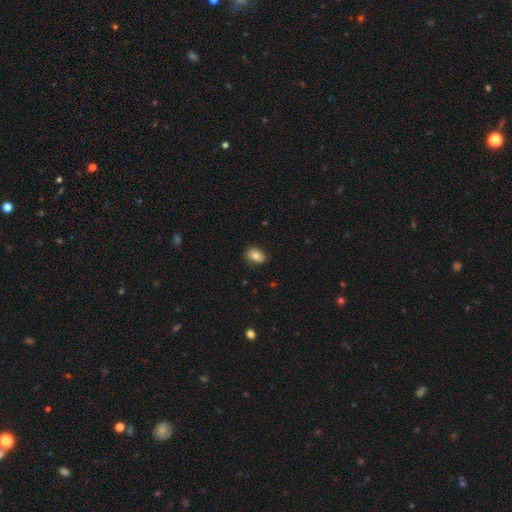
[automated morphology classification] A smooth galaxy with no disk features (81%) that is in between round and cigar-shaped (81%). Merging: none (85%).